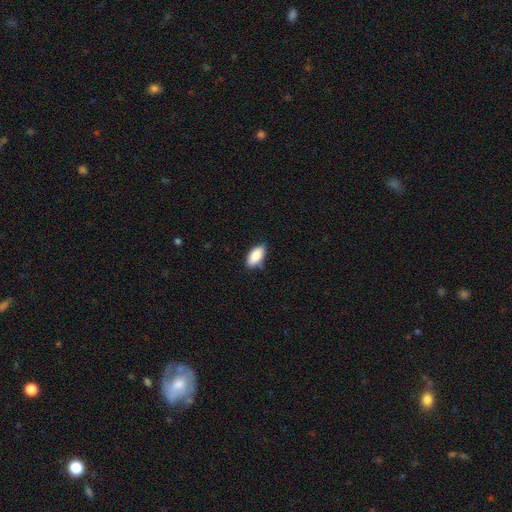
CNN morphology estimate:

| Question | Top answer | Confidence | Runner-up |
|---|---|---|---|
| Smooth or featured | smooth | 88% | star or artifact (7%) |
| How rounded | in between | 90% | cigar-shaped (7%) |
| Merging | none | 79% | minor disturbance (17%) |